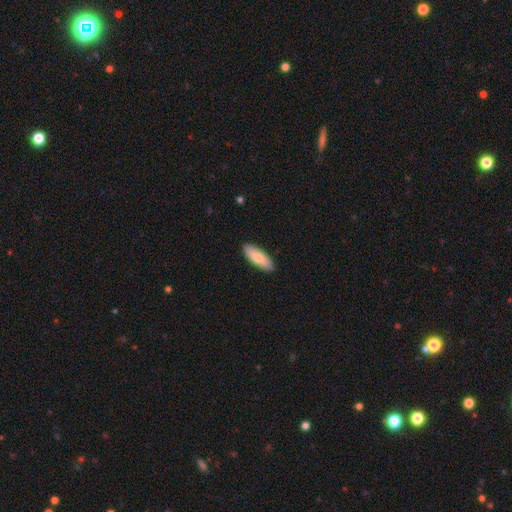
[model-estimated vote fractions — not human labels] Overall: smooth (78%). How rounded: in between (63%; cigar-shaped 35%). Merging: none (90%).